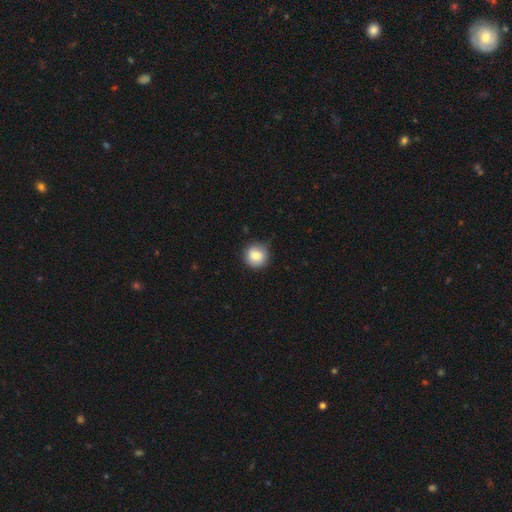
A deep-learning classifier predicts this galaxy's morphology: smooth-or-featured: smooth: 81% | featured or disk: 10% | star or artifact: 9%
  how-rounded: round: 93% | in between: 6% | cigar-shaped: 1%
  merging: none: 81% | minor disturbance: 15% | major disturbance: 3% | merger: 1%